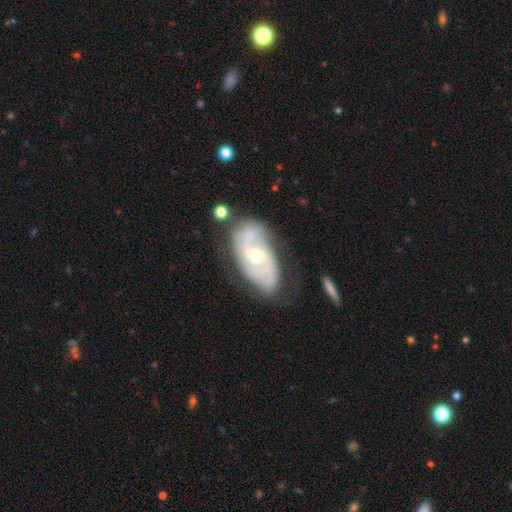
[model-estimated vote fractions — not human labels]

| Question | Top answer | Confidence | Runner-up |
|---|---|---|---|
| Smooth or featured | featured or disk | 79% | smooth (15%) |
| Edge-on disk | no | 95% | yes (5%) |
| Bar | no | 61% | weak (32%) |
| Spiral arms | yes | 91% | no (9%) |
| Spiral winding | medium | 42% | tied: tight (42%) |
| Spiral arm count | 2 | 57% | can't tell (22%) |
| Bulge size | moderate | 53% | small (43%) |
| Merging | none | 61% | minor disturbance (25%) |